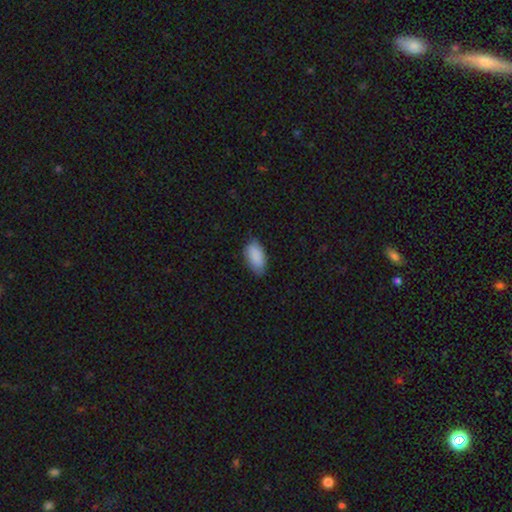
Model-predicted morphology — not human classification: A smooth galaxy with no disk features (87%) that is in between round and cigar-shaped (93%). Merging: none (73%).